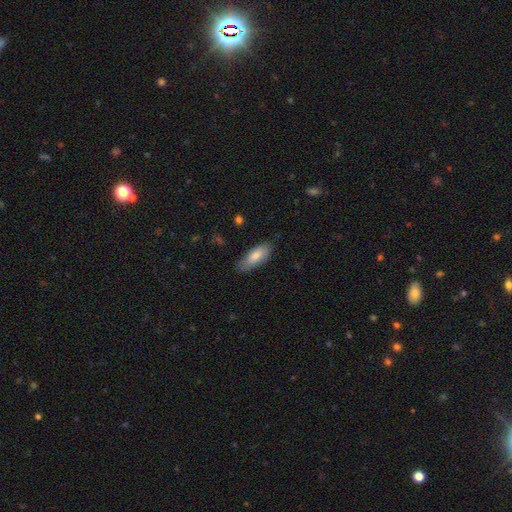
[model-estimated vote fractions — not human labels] The model was most divided on "how rounded": in between: 77%, cigar-shaped: 21%, round: 2%. More confident: smooth or featured — smooth (81%); merging — none (78%).